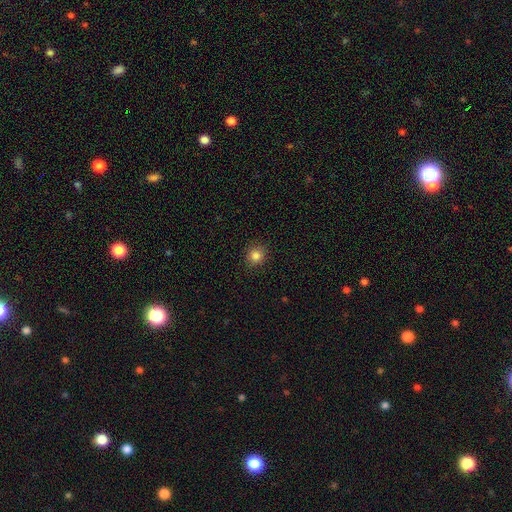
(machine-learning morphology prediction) smooth-or-featured: smooth: 84% | star or artifact: 12% | featured or disk: 4%
  how-rounded: round: 89% | in between: 10% | cigar-shaped: 1%
  merging: none: 90% | minor disturbance: 7% | major disturbance: 2% | merger: 1%